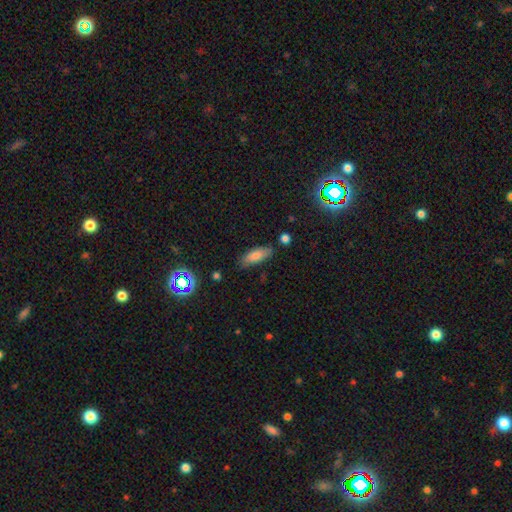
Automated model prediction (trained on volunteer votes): Morphology: type=smooth (79%); roundness=in between (69%); merging=none (76%).